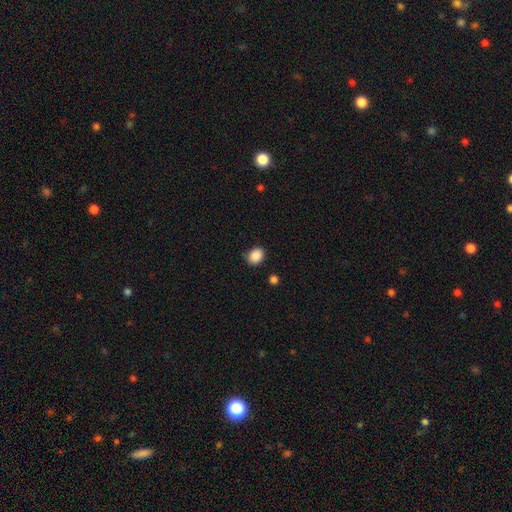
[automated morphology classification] A smooth galaxy with no disk features (88%) that is round (52%).

Vote fractions:
- Smooth or featured? smooth: 88% / star or artifact: 9% / featured or disk: 3%
- How rounded? round: 52% / in between: 47% / cigar-shaped: 1%
- Merging? none: 84% / minor disturbance: 11% / major disturbance: 3% / merger: 2%